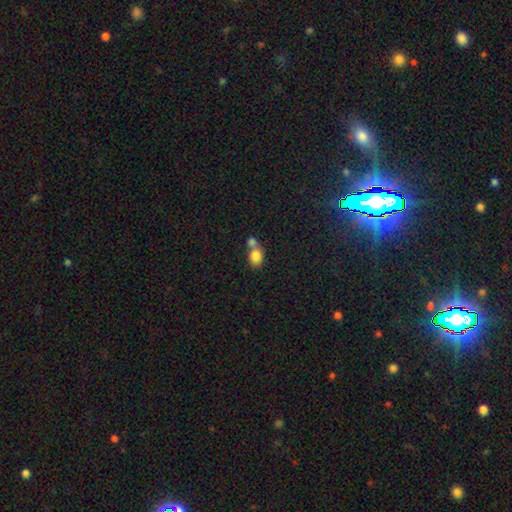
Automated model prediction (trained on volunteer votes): The model was most divided on "merging": merger: 54%, none: 34%, minor disturbance: 9%, major disturbance: 4%. More confident: smooth or featured — smooth (83%); how rounded — in between (62%).